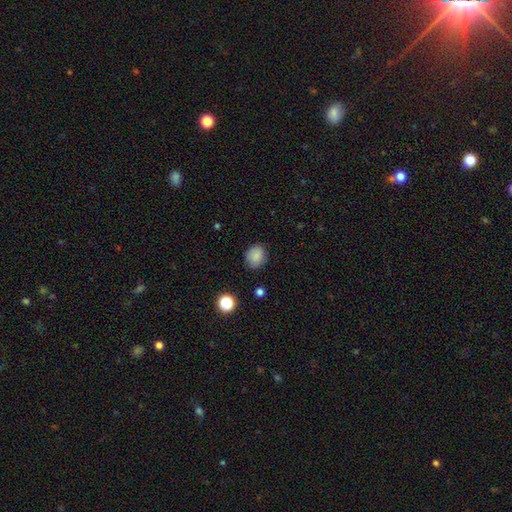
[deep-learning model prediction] smooth 85%, star or artifact 10%, featured or disk 4%. Down the decision tree: how rounded — round (62%); merging — none (84%).